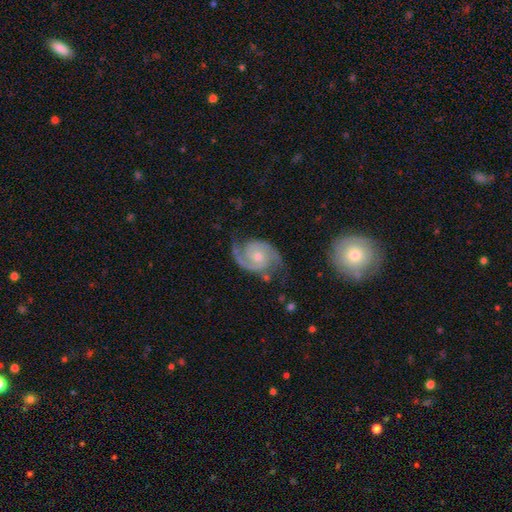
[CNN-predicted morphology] Overall: featured or disk (90%). Edge-on disk: no (98%). Bar: no (67%; weak 28%). Spiral arms: yes (98%). Spiral arm count: 2 (91%). Spiral winding: medium (51%; tight 33%). Bulge size: moderate (53%; small 41%). Merging: none (72%).